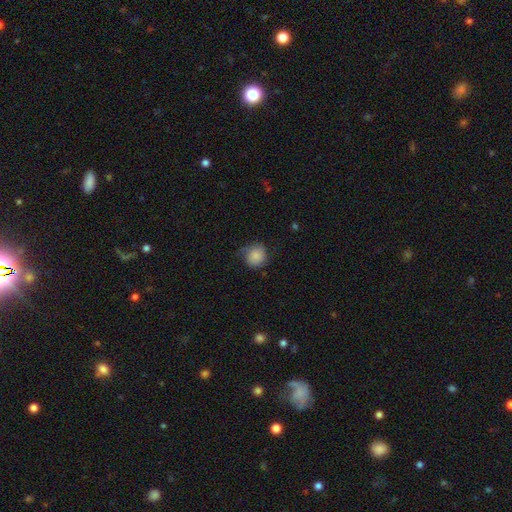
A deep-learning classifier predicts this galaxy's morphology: This appears to be a smooth galaxy with no disk features (80%) that is round (83%). Merging: none (59%).